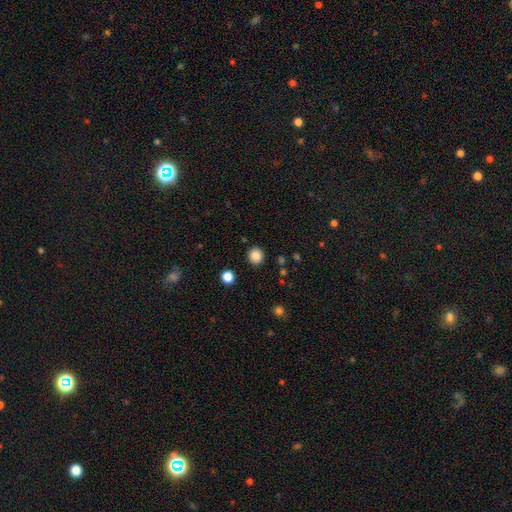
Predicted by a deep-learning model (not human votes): This appears to be a smooth galaxy with no disk features (86%) that is round (89%). Merging: none (90%).